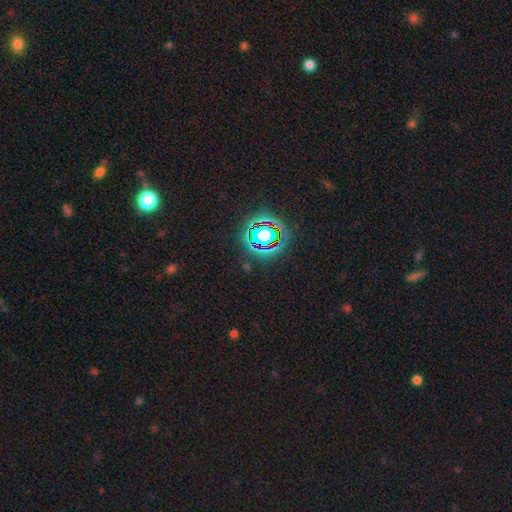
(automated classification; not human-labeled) smooth-or-featured: star or artifact: 78% | smooth: 15% | featured or disk: 8%